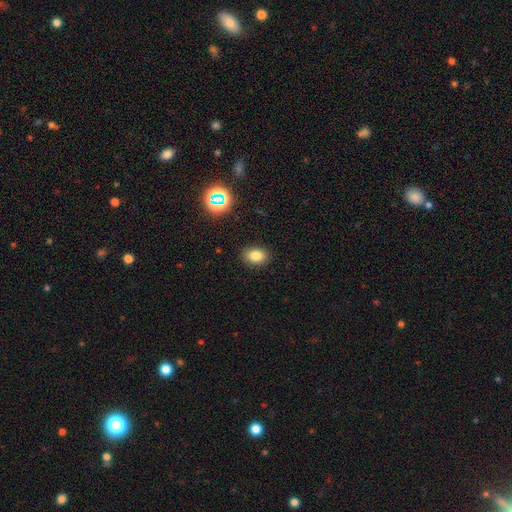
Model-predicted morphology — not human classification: smooth 80%, star or artifact 13%, featured or disk 7%. Down the decision tree: how rounded — in between (72%); merging — none (87%).